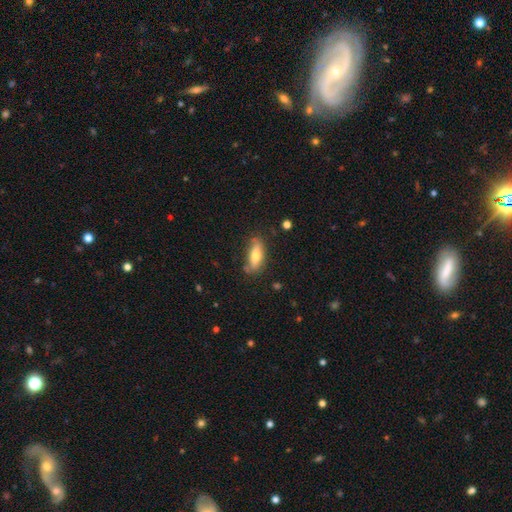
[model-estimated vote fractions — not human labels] Overall: smooth (68%). How rounded: in between (63%; cigar-shaped 34%). Merging: none (70%).